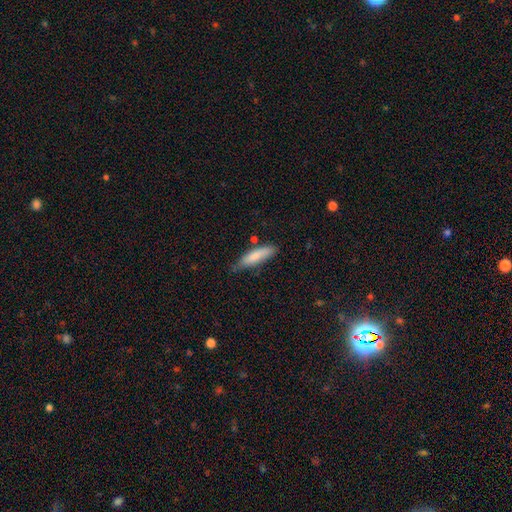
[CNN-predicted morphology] type=smooth (80%); roundness=cigar-shaped (69%); merging=none (66%).